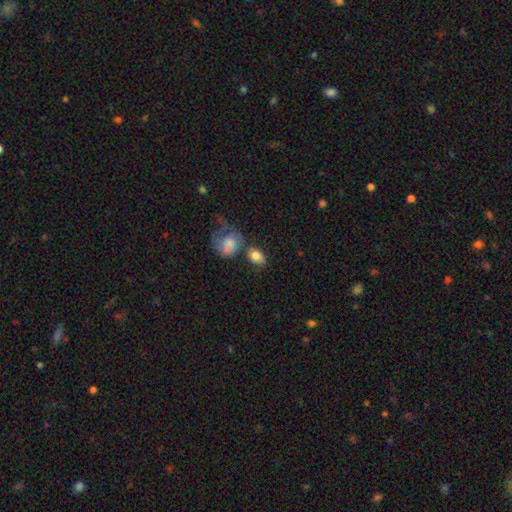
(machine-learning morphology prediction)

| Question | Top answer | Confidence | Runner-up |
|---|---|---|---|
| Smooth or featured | smooth | 83% | featured or disk (9%) |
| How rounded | in between | 73% | round (26%) |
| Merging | none | 57% | merger (19%) |